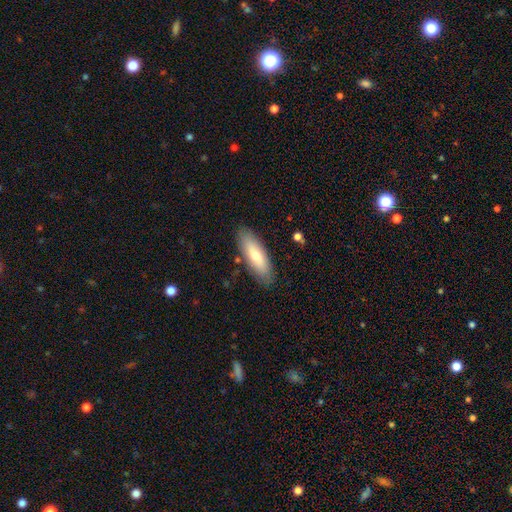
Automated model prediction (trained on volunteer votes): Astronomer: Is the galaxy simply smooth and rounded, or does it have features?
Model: smooth — 73%.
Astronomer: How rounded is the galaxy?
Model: in between — 58% (runner-up: cigar-shaped, 40%).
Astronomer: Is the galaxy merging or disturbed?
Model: none — 85%.